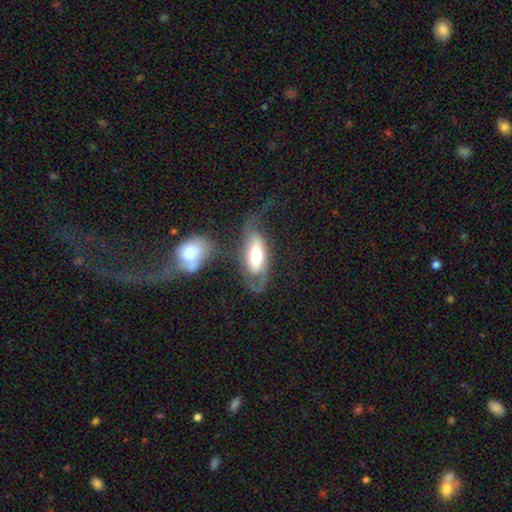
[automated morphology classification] The model was most divided on "merging": none: 32%, major disturbance: 31%, minor disturbance: 20%, merger: 17%. More confident: edge-on disk — no (84%); smooth or featured — featured or disk (54%).